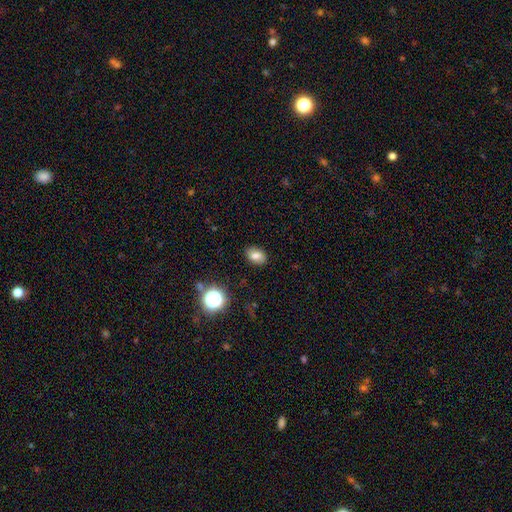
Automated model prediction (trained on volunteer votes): Smooth or featured?
  - smooth: 78% *
  - star or artifact: 12%
  - featured or disk: 10%
How rounded?
  - in between: 82% *
  - round: 17%
  - cigar-shaped: 1%
Merging?
  - none: 86% *
  - minor disturbance: 10%
  - major disturbance: 3%
  - merger: 1%